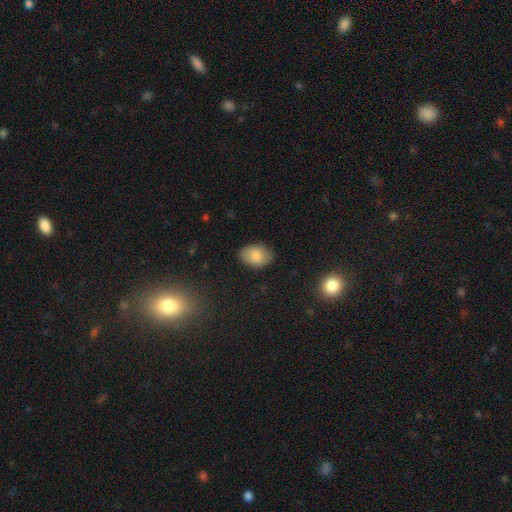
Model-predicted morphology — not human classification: Smooth or featured?
  - smooth: 83% *
  - featured or disk: 9%
  - star or artifact: 8%
How rounded?
  - in between: 84% *
  - round: 15%
  - cigar-shaped: 1%
Merging?
  - none: 82% *
  - minor disturbance: 14%
  - major disturbance: 3%
  - merger: 1%